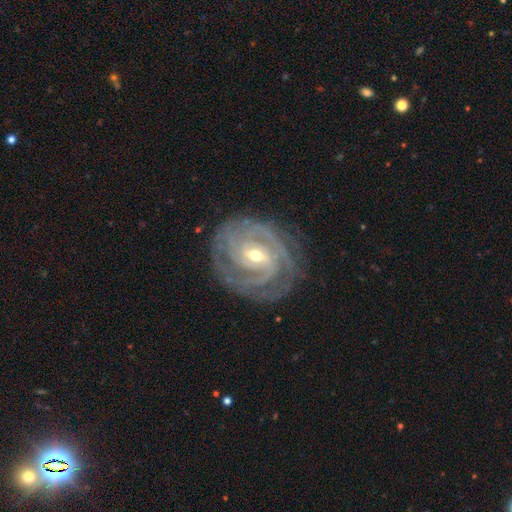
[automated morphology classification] smooth-or-featured: featured or disk: 91% | star or artifact: 5% | smooth: 4%
  disk-edge-on: no: 97% | yes: 3%
    bar: weak: 48% | strong: 29% | no: 23%
    has-spiral-arms: yes: 98% | no: 2%
      spiral-winding: tight: 78% | medium: 19% | loose: 3%
      spiral-arm-count: 3: 31% | 2: 26% | can't tell: 17% | 4: 14% | more than 4: 6% | 1: 6%
    bulge-size: moderate: 53% | small: 44% | large: 2% | none: 1% | dominant: 1%
  merging: none: 80% | minor disturbance: 14% | major disturbance: 5% | merger: 1%